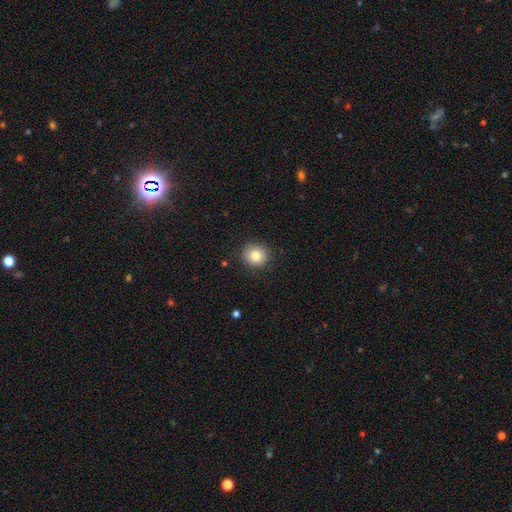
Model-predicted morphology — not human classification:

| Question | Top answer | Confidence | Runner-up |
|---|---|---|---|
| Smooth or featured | smooth | 82% | star or artifact (10%) |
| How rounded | round | 90% | in between (10%) |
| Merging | none | 88% | minor disturbance (9%) |